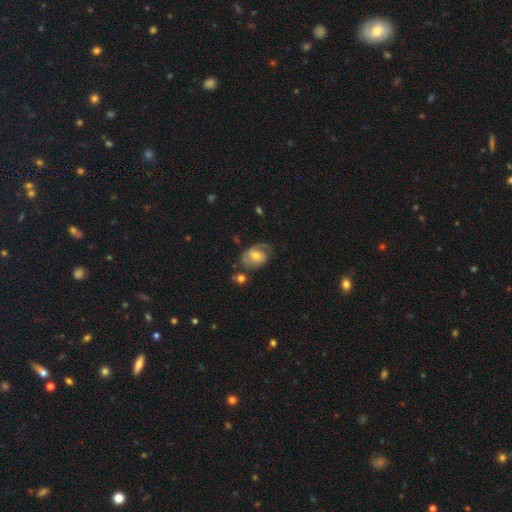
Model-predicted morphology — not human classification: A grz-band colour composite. It shows a featured or disk galaxy (56%) with no bar (64%), spiral arms (78%) and a moderate central bulge (56%). Merging: none (48%).